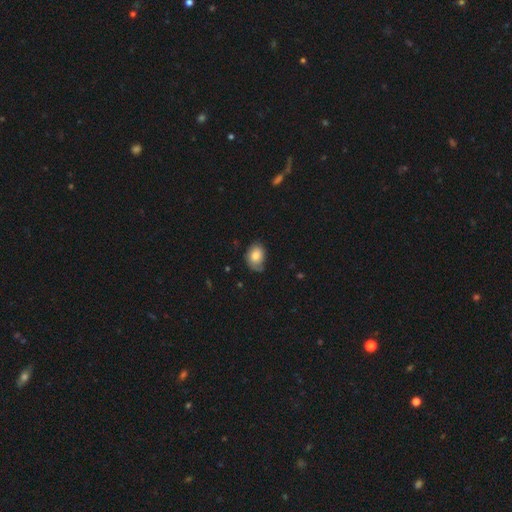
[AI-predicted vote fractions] Smooth or featured? Predicted: smooth (p=0.74). How rounded? Predicted: in between (p=0.70). Merging? Predicted: none (p=0.58).